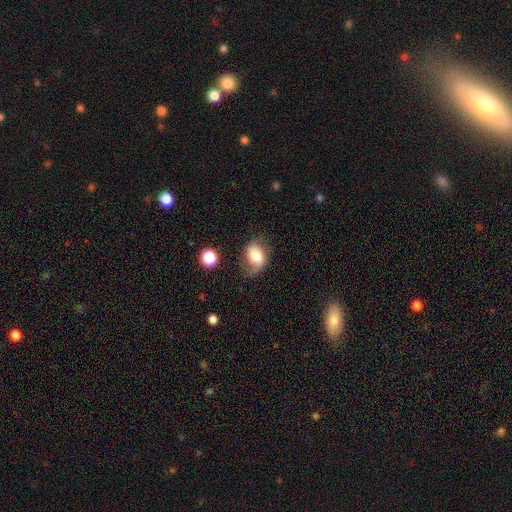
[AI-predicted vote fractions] Smooth or featured: smooth — 67% (featured or disk — 24%)
How rounded: in between — 67% (round — 32%)
Merging: none — 51% (minor disturbance — 30%)